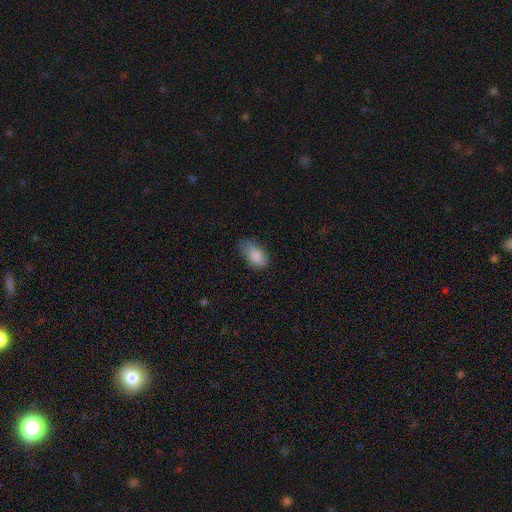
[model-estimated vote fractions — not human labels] smooth_or_featured: smooth (p=0.85) [alt: star or artifact p=0.08]
how_rounded: in between (p=0.91) [alt: round p=0.07]
merging: none (p=0.55) [alt: minor disturbance p=0.35]